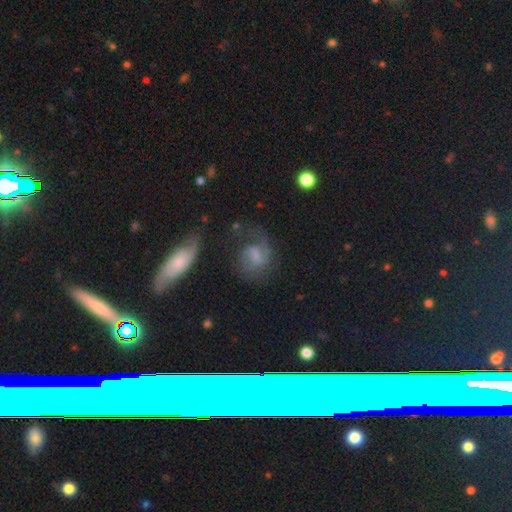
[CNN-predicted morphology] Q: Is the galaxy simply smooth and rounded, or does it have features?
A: featured or disk — 68%.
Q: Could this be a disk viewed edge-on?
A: no — 97%.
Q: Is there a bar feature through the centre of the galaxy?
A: weak — 52%.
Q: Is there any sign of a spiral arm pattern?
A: yes — 89%.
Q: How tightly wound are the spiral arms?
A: medium — 48%.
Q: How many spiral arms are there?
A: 2 — 73%.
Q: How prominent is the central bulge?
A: none — 46%.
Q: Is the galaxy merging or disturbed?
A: none — 55%.